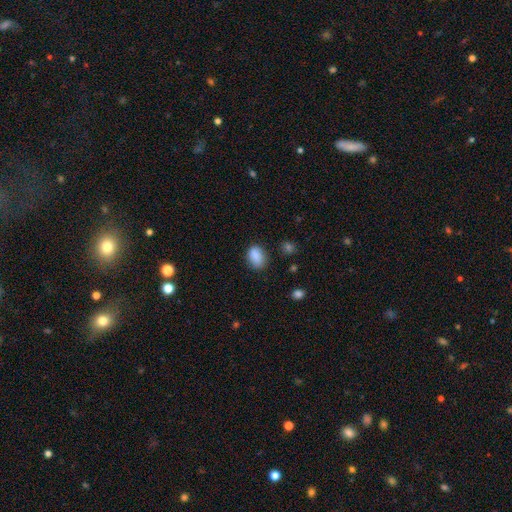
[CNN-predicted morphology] This is clearly a smooth galaxy (87%). How rounded: likely in between (77%). Merging: likely none (74%).